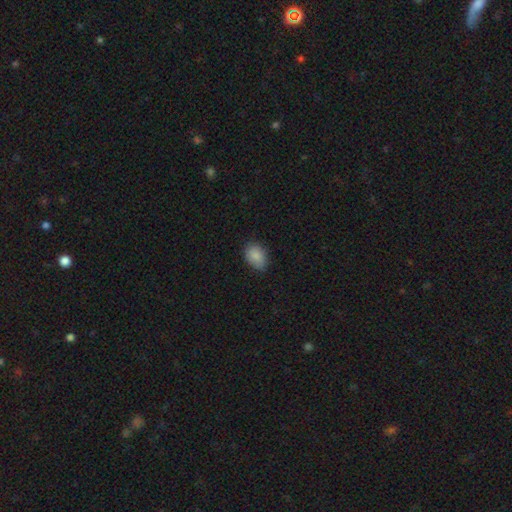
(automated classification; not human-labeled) Smooth or featured? Predicted: smooth (p=0.88). How rounded? Predicted: in between (p=0.78). Merging? Predicted: none (p=0.76).